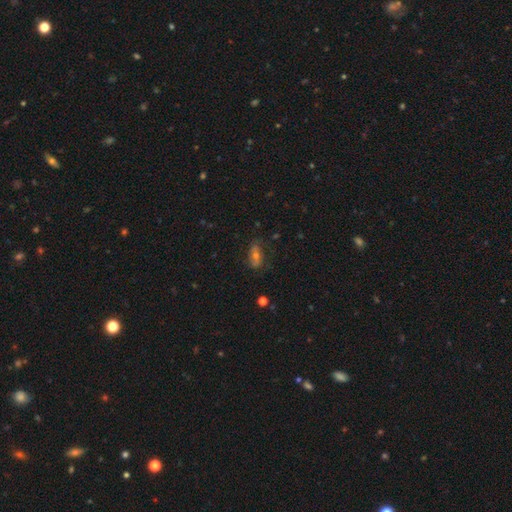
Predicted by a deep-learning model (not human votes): smooth 40%, featured or disk 39%, star or artifact 22%. Down the decision tree: merging — none (67%).